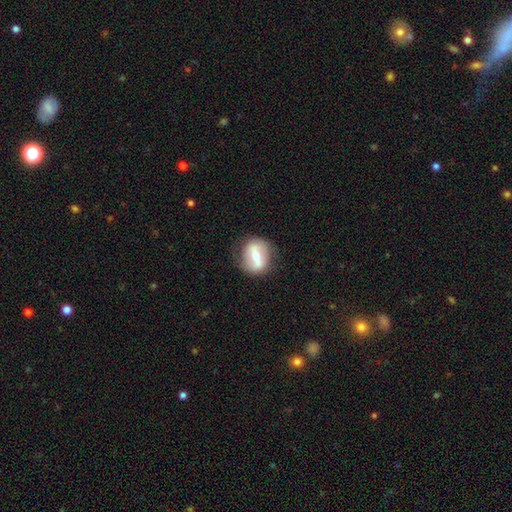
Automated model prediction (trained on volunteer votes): smooth-or-featured: featured or disk: 54% | smooth: 39% | star or artifact: 7%
  disk-edge-on: no: 88% | yes: 12%
  merging: none: 75% | minor disturbance: 16% | major disturbance: 6% | merger: 4%